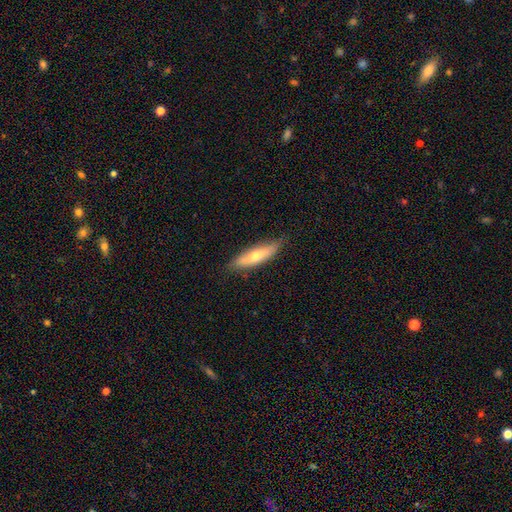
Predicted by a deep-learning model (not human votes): smooth 57%, featured or disk 37%, star or artifact 6%. Down the decision tree: how rounded — cigar-shaped (66%); merging — none (80%).